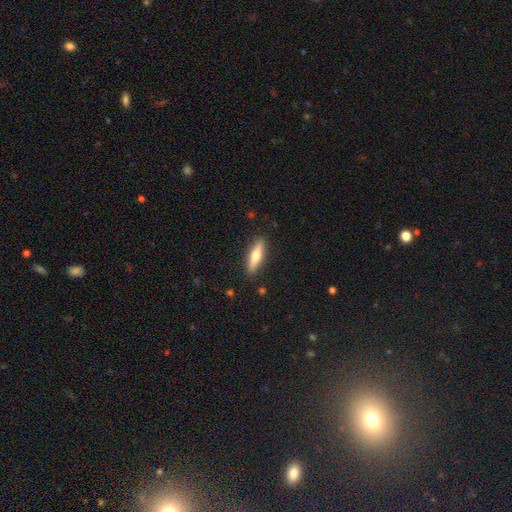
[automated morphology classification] Overall: smooth (53%; featured or disk 41%). How rounded: cigar-shaped (70%). Merging: none (88%).